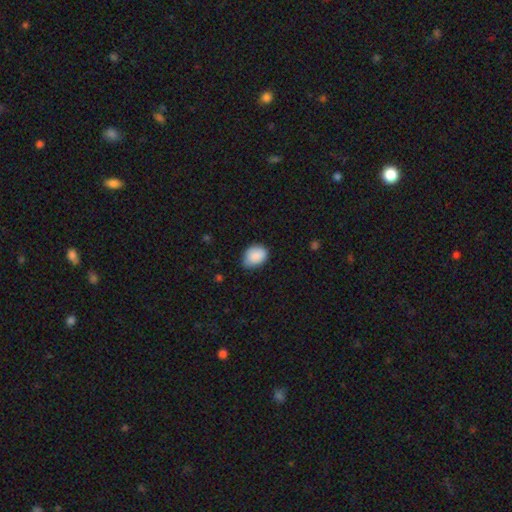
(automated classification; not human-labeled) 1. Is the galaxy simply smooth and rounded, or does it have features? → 88% smooth, 7% star or artifact, 4% featured or disk.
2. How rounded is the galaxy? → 65% in between, 34% round, 1% cigar-shaped.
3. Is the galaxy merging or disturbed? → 61% none, 34% minor disturbance, 4% major disturbance, 1% merger.